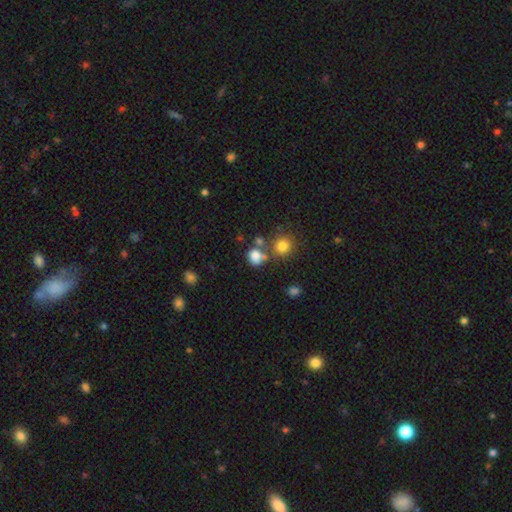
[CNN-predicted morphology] type=smooth (79%); roundness=round (68%); merging=none (49%).